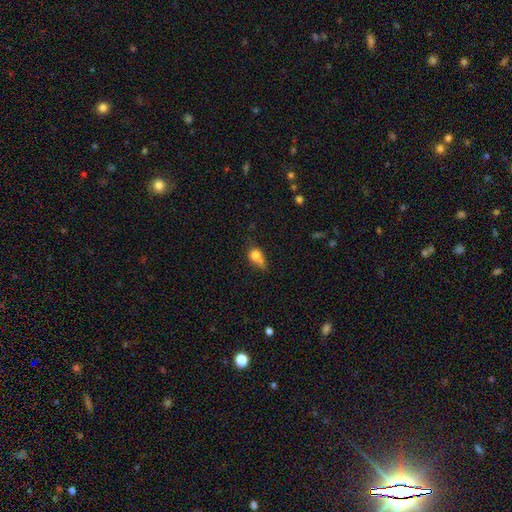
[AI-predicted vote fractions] The model was most divided on "merging": none: 32%, minor disturbance: 26%, merger: 25%, major disturbance: 17%. More confident: smooth or featured — smooth (76%); how rounded — round (55%).